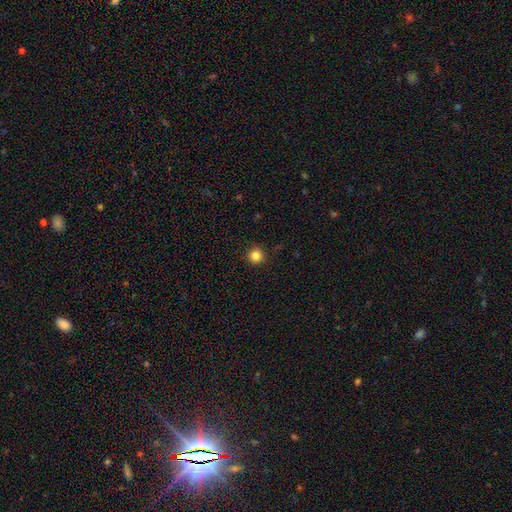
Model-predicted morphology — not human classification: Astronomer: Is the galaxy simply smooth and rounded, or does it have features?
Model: smooth — 84%.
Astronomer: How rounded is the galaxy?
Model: round — 95%.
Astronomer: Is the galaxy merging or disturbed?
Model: none — 90%.